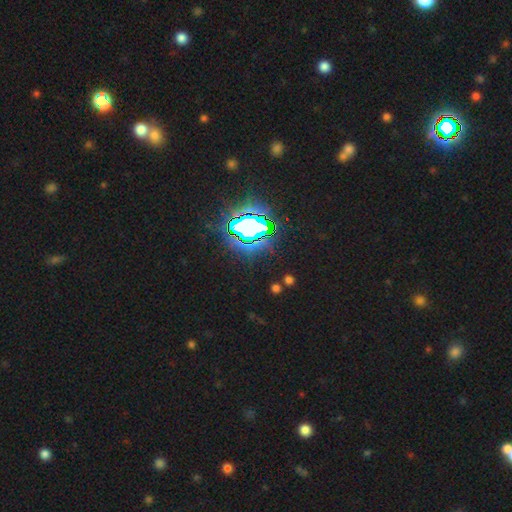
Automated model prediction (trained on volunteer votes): smooth_or_featured: star or artifact (p=0.83) [alt: smooth p=0.11]